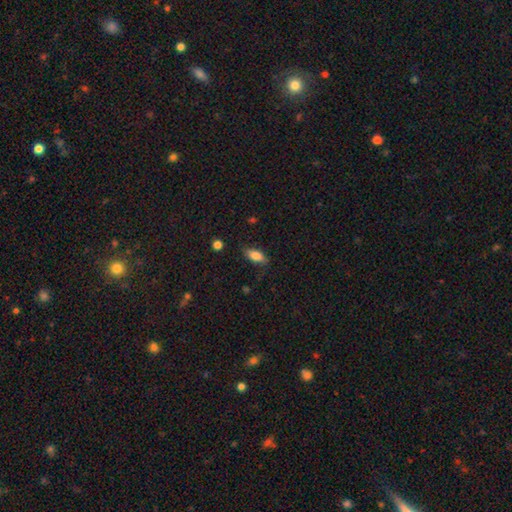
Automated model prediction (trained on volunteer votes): smooth 83%, featured or disk 10%, star or artifact 8%. Down the decision tree: how rounded — in between (85%); merging — none (78%).